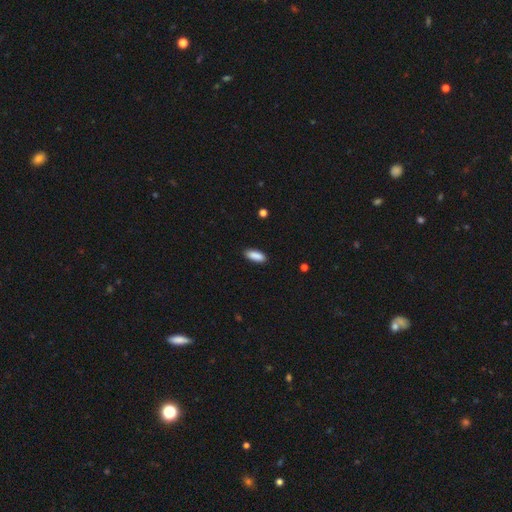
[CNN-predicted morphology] smooth_or_featured: smooth (p=0.90) [alt: star or artifact p=0.06]
how_rounded: in between (p=0.75) [alt: cigar-shaped p=0.23]
merging: none (p=0.87) [alt: minor disturbance p=0.10]